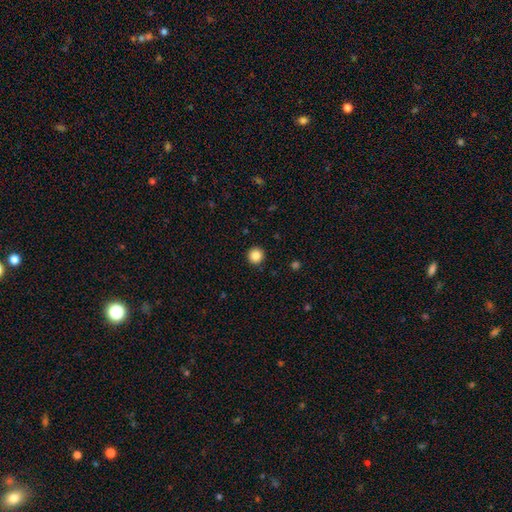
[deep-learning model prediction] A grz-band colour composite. It shows a smooth galaxy with no disk features (85%) that is round (95%). Merging: none (93%).